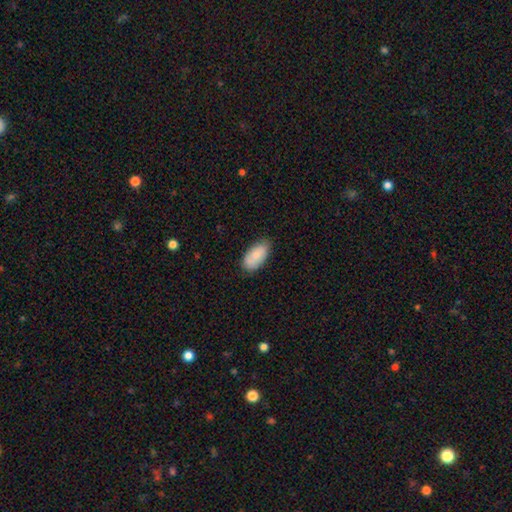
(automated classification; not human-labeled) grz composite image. It shows a smooth galaxy with no disk features (78%) that is in between round and cigar-shaped (94%). Merging: none (78%).